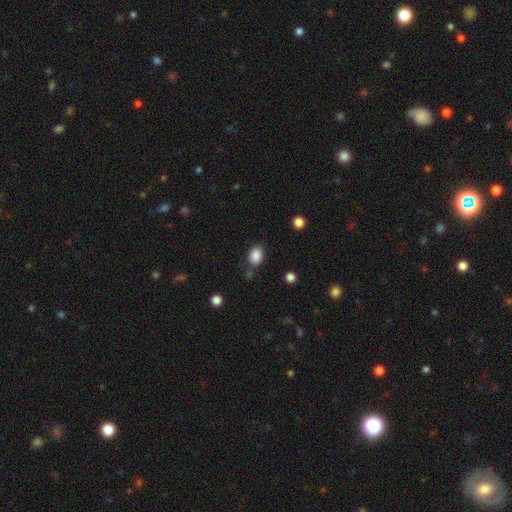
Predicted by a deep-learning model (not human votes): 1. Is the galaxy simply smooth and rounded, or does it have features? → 87% smooth, 9% star or artifact, 4% featured or disk.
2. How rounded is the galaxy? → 68% in between, 31% round, 1% cigar-shaped.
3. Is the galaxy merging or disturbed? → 71% none, 18% minor disturbance, 5% major disturbance, 5% merger.